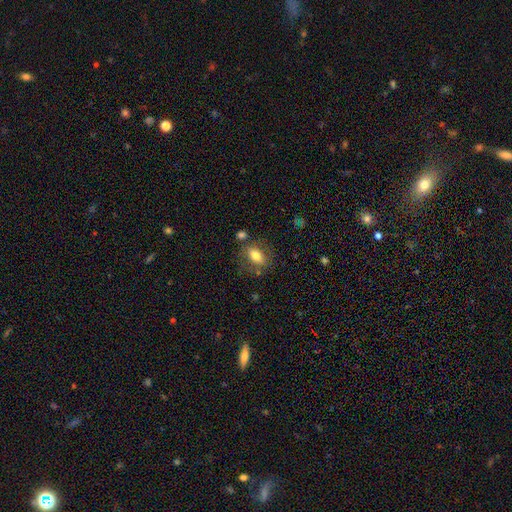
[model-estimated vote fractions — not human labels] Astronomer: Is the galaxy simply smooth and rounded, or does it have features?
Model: smooth — 72%.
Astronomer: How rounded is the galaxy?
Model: in between — 80%.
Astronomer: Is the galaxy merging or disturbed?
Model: none — 71%.